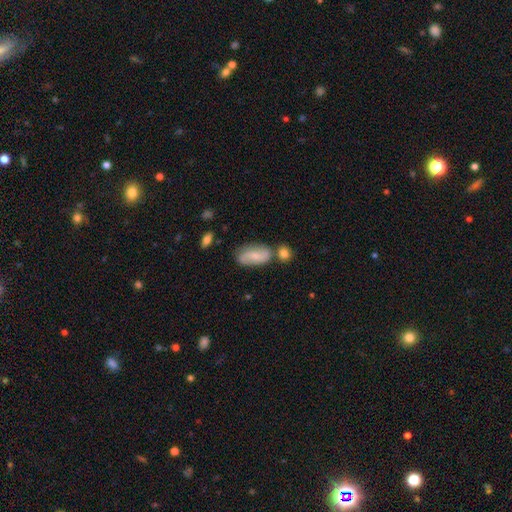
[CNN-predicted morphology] This appears to be a smooth galaxy with no disk features (53%) that is in between round and cigar-shaped (87%). Merging: none (55%).